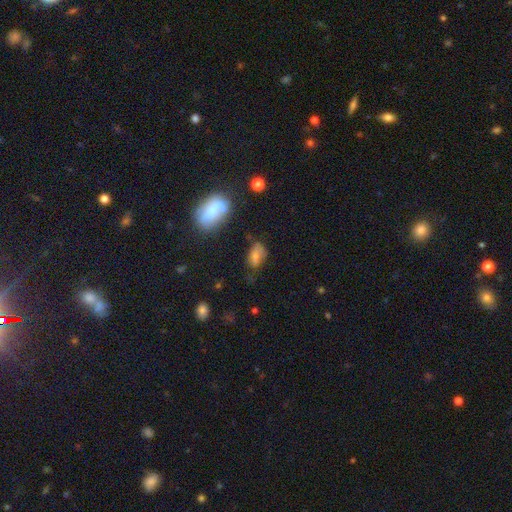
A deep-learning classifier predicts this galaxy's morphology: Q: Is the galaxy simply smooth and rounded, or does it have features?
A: smooth — 65%.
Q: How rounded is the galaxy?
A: in between — 86%.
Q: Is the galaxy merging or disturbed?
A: none — 48%.